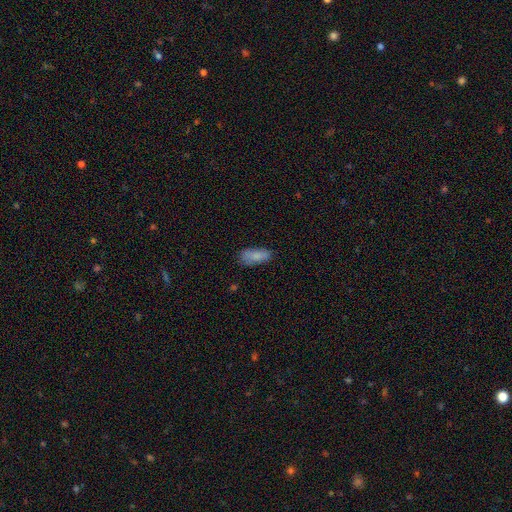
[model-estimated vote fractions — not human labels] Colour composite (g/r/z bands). It shows a smooth galaxy with no disk features (84%) that is in between round and cigar-shaped (82%). Merging: none (69%).